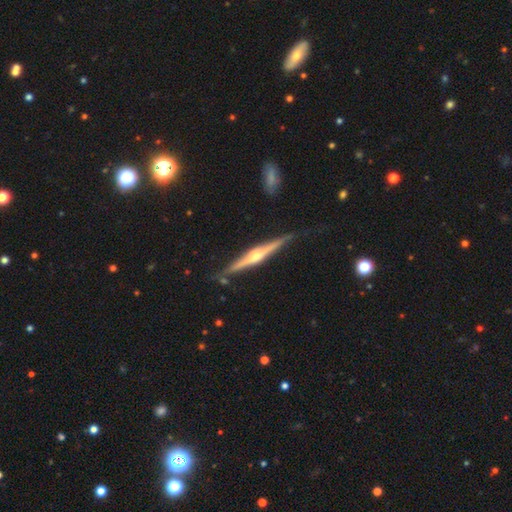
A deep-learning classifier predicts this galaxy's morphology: smooth_or_featured: featured or disk (p=0.80) [alt: smooth p=0.15]
disk_edge_on: yes (p=0.98) [alt: no p=0.02]
edge_on_bulge: rounded (p=0.85) [alt: boxy p=0.08]
merging: none (p=0.84) [alt: minor disturbance p=0.12]